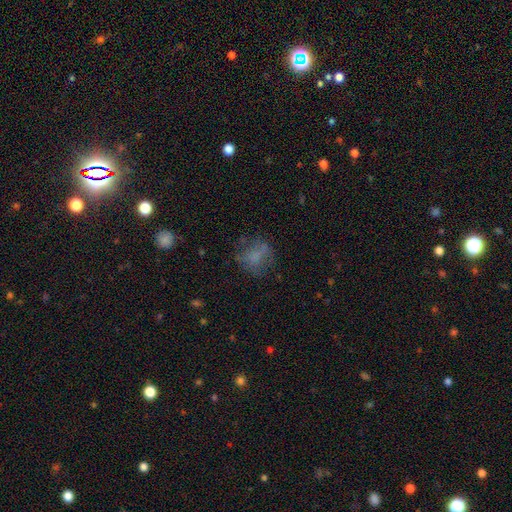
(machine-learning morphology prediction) Smooth or featured? Predicted: smooth (p=0.60). How rounded? Predicted: round (p=0.67). Merging? Predicted: none (p=0.59).